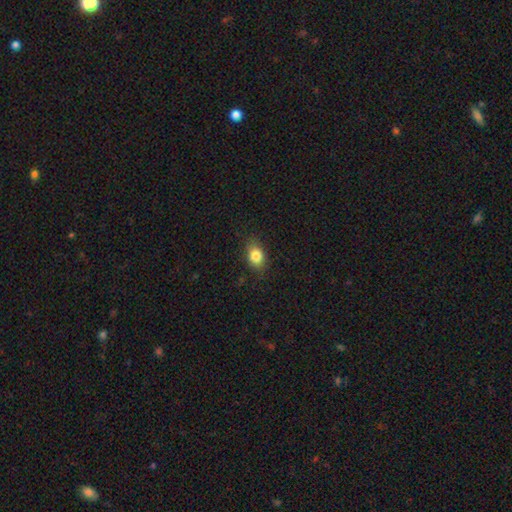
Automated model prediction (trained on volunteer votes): Q: Smooth or featured?
A: smooth (84%); runner-up: star or artifact (9%)
Q: How rounded?
A: in between (71%); runner-up: round (27%)
Q: Merging?
A: none (83%); runner-up: minor disturbance (13%)